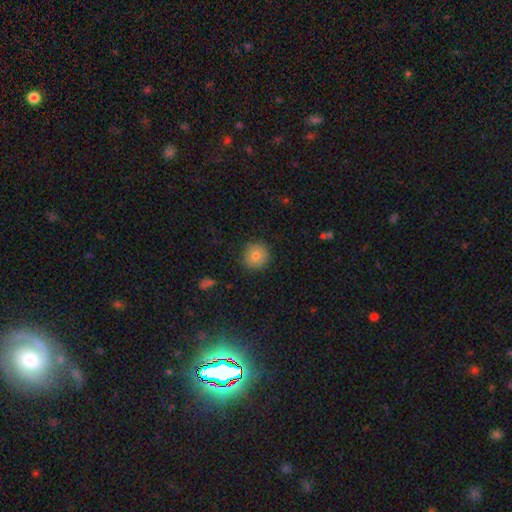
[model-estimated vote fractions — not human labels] Smooth or featured? Predicted: smooth (p=0.79). How rounded? Predicted: round (p=0.94). Merging? Predicted: none (p=0.89).